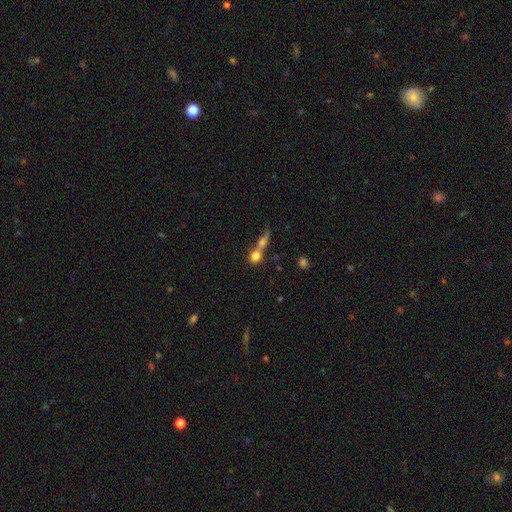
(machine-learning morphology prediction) Smooth or featured: smooth — 74% (featured or disk — 15%)
How rounded: round — 68% (in between — 26%)
Merging: merger — 62% (none — 25%)